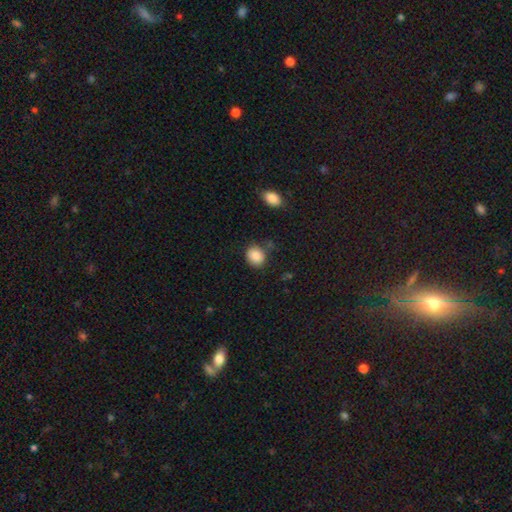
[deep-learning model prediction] smooth_or_featured: smooth (p=0.87) [alt: star or artifact p=0.09]
how_rounded: round (p=0.64) [alt: in between p=0.35]
merging: none (p=0.78) [alt: minor disturbance p=0.14]